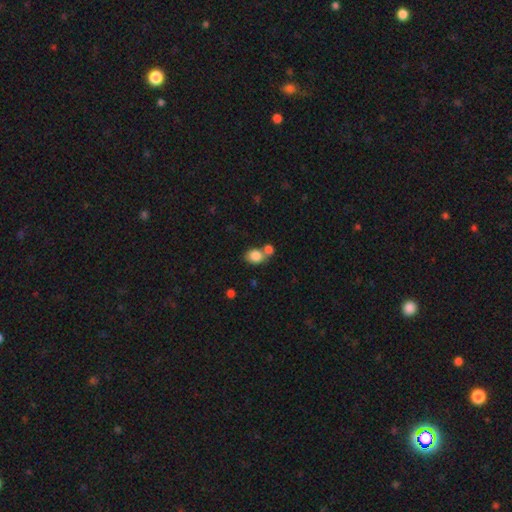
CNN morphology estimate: type=smooth (84%); roundness=round (50%); merging=none (47%).